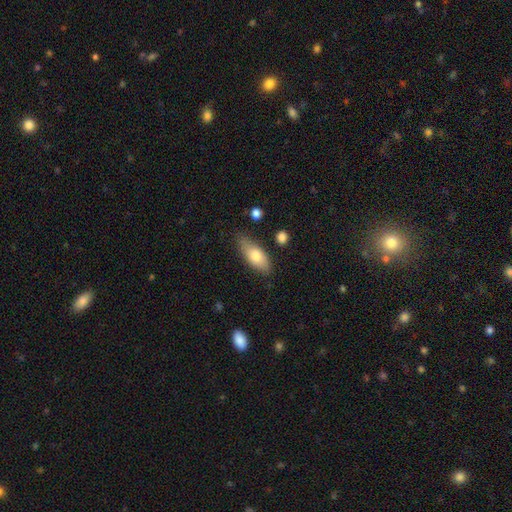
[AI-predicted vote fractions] smooth 74%, featured or disk 20%, star or artifact 6%. Down the decision tree: how rounded — in between (79%); merging — none (73%).